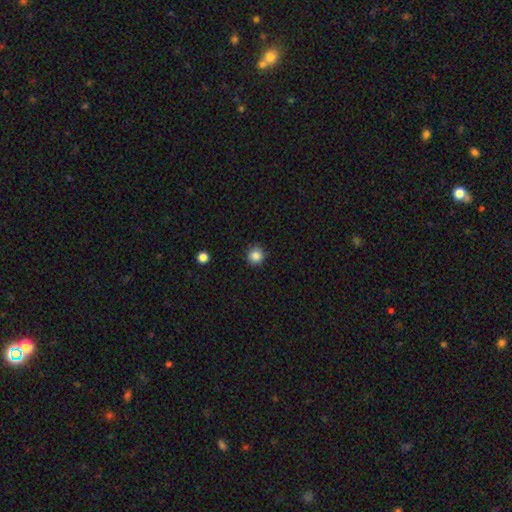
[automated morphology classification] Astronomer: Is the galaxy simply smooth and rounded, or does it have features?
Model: smooth — 86%.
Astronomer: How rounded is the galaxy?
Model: round — 92%.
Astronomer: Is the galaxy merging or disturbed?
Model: none — 87%.